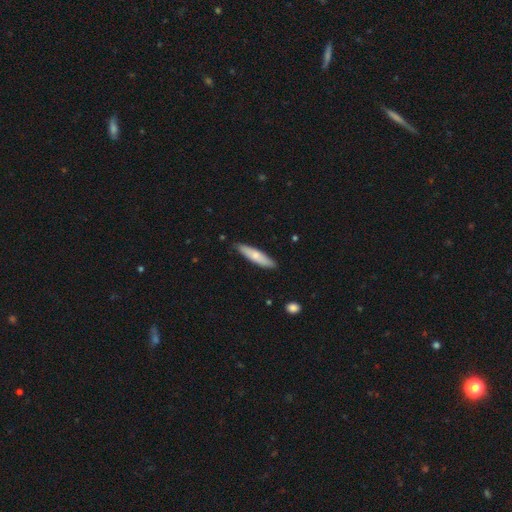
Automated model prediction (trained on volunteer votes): Smooth or featured: smooth — 67% (featured or disk — 27%)
How rounded: cigar-shaped — 77% (in between — 22%)
Merging: none — 86% (minor disturbance — 11%)